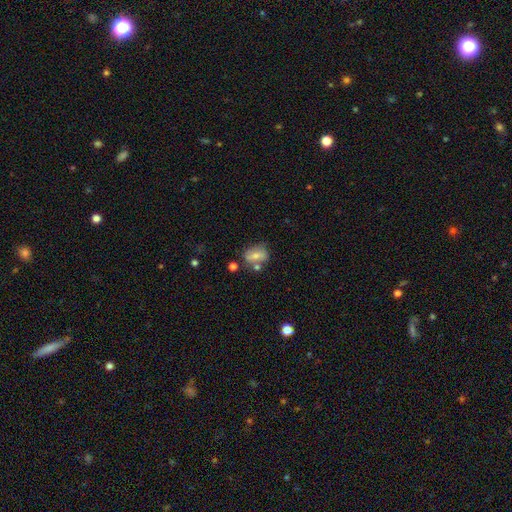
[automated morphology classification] Smooth or featured? Predicted: smooth (p=0.60). How rounded? Predicted: in between (p=0.71). Merging? Predicted: none (p=0.56).